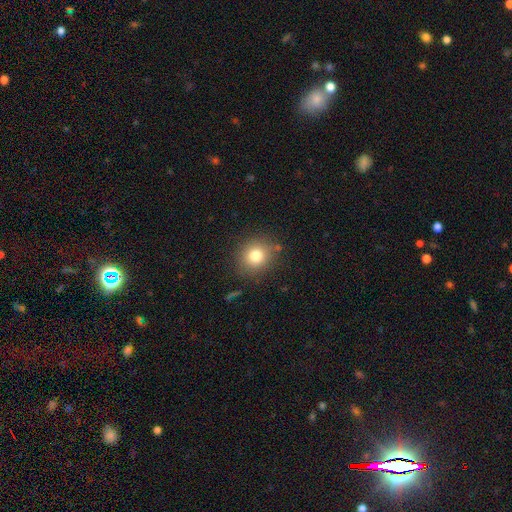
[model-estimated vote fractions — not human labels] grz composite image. It shows a smooth galaxy with no disk features (79%) that is round (84%). Merging: none (84%).